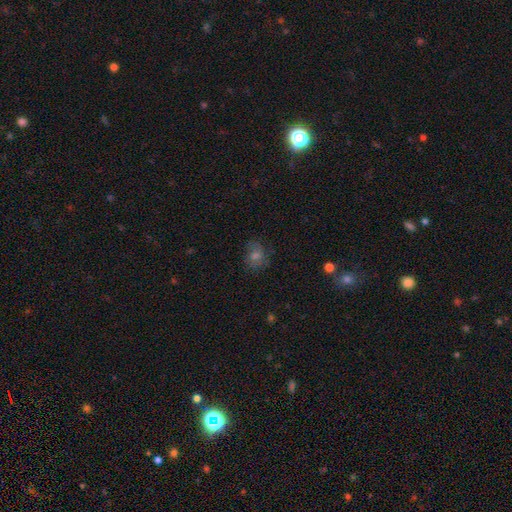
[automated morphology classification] A smooth galaxy with no disk features (45%).

Vote fractions:
- Smooth or featured? smooth: 45% / featured or disk: 30% / star or artifact: 24%
- Merging? none: 72% / minor disturbance: 17% / major disturbance: 8% / merger: 2%